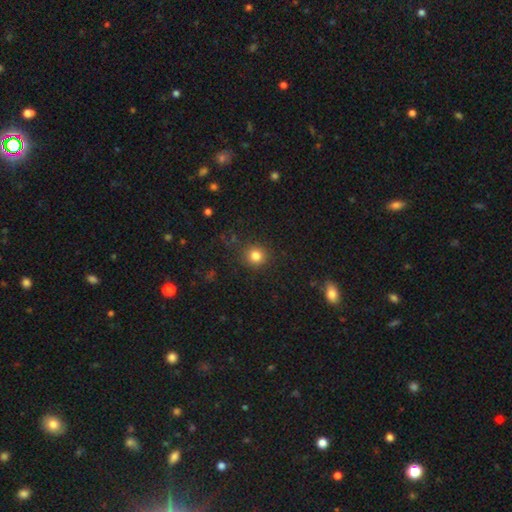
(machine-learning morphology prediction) The model was most divided on "smooth or featured": smooth: 82%, star or artifact: 13%, featured or disk: 5%. More confident: how rounded — round (91%); merging — none (88%).